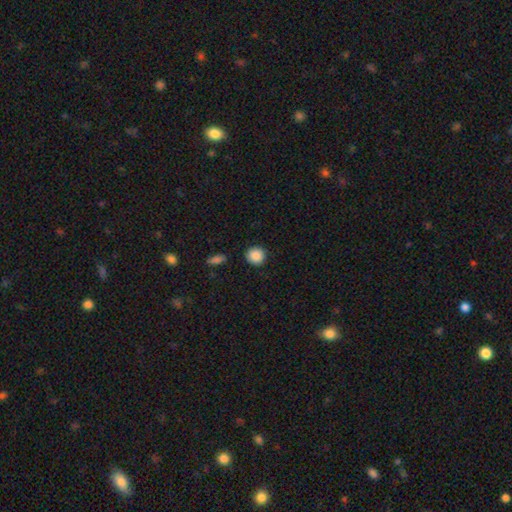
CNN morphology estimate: The model was most divided on "smooth or featured": smooth: 89%, star or artifact: 8%, featured or disk: 3%. More confident: how rounded — round (90%); merging — none (89%).